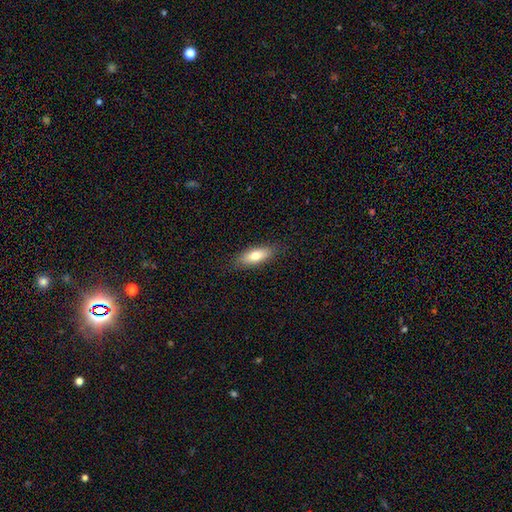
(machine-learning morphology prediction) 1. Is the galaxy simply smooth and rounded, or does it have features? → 74% smooth, 20% featured or disk, 7% star or artifact.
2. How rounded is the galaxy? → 69% in between, 29% cigar-shaped, 3% round.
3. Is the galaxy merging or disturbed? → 86% none, 11% minor disturbance, 2% major disturbance, 1% merger.